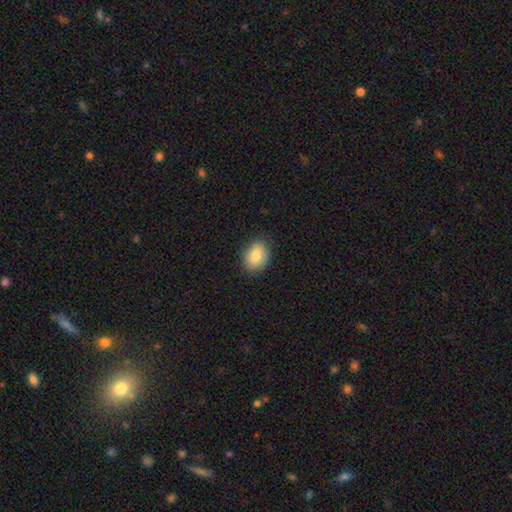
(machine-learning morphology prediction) Smooth or featured? smooth (83%)
How rounded? in between (70%)
Merging? none (84%)